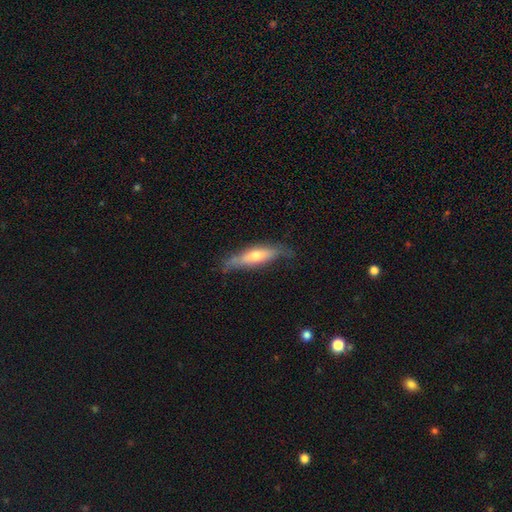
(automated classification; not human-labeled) Overall: smooth (54%; featured or disk 40%). How rounded: cigar-shaped (71%). Merging: none (67%).